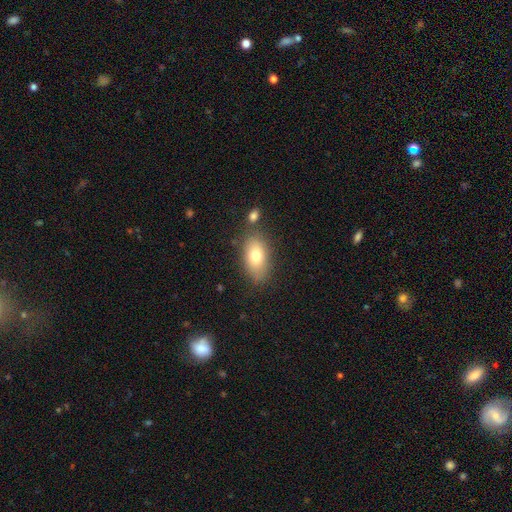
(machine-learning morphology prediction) This is likely a smooth galaxy (75%). How rounded: clearly in between (88%). Merging: likely none (75%).